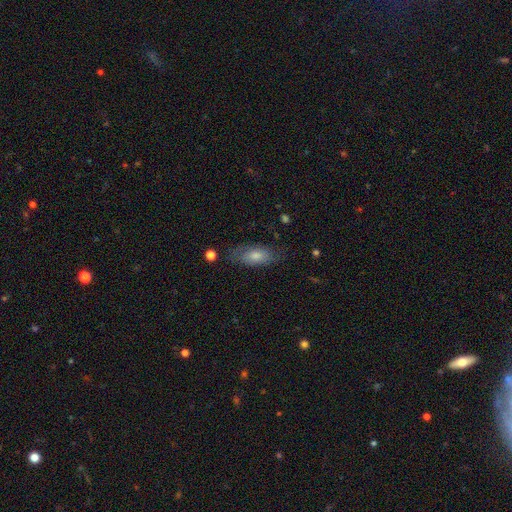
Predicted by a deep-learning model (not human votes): smooth_or_featured: smooth (p=0.70) [alt: featured or disk p=0.23]
how_rounded: in between (p=0.84) [alt: cigar-shaped p=0.13]
merging: none (p=0.70) [alt: minor disturbance p=0.21]